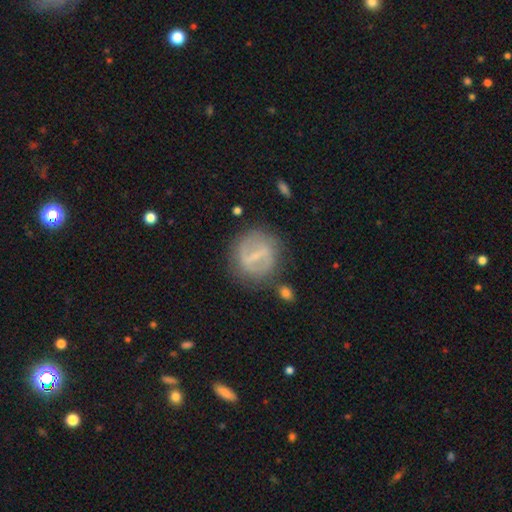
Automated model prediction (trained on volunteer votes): Smooth or featured?
  - featured or disk: 67% *
  - smooth: 26%
  - star or artifact: 7%
Edge-on disk?
  - no: 94% *
  - yes: 6%
Bar?
  - strong: 57% *
  - weak: 33%
  - no: 10%
Spiral arms?
  - yes: 58% *
  - no: 42%
Bulge size?
  - small: 49% *
  - none: 34%
  - moderate: 14%
  - large: 2%
  - dominant: 1%
Merging?
  - none: 75% *
  - minor disturbance: 15%
  - major disturbance: 7%
  - merger: 3%